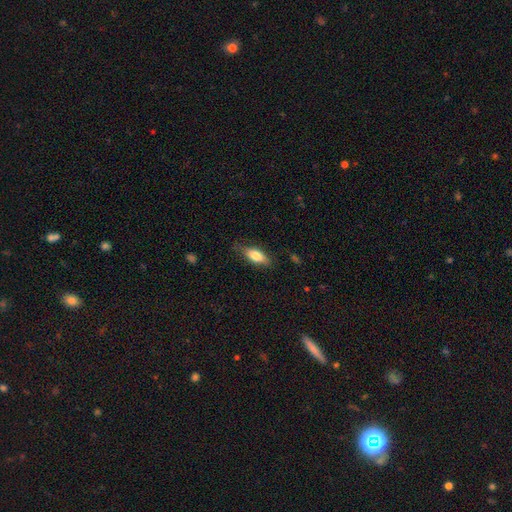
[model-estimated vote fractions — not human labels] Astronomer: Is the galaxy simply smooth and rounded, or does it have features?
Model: smooth — 76%.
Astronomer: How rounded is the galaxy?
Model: in between — 76%.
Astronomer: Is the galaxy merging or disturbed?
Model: none — 74%.